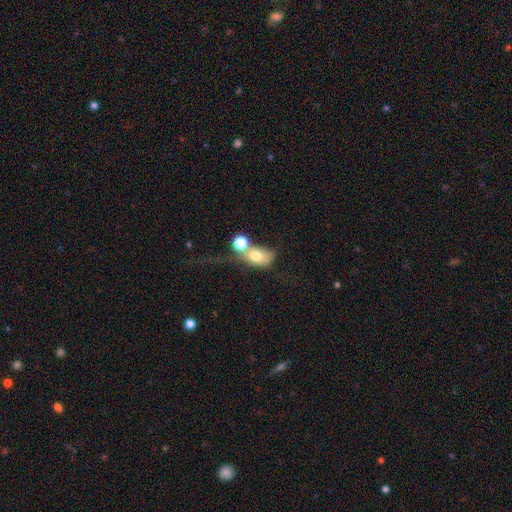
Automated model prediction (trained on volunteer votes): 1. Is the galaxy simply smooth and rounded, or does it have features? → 71% smooth, 19% featured or disk, 10% star or artifact.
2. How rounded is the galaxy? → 72% in between, 25% round, 3% cigar-shaped.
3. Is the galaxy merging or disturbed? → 51% merger, 20% none, 19% major disturbance, 10% minor disturbance.